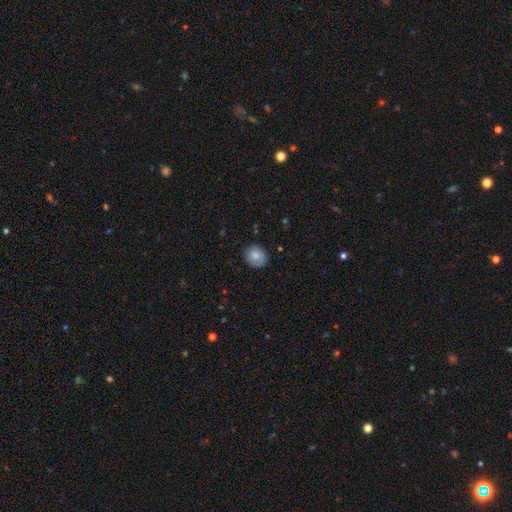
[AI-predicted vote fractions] Smooth or featured?
  - smooth: 81% *
  - featured or disk: 11%
  - star or artifact: 8%
How rounded?
  - round: 83% *
  - in between: 16%
  - cigar-shaped: 1%
Merging?
  - none: 81% *
  - minor disturbance: 15%
  - major disturbance: 3%
  - merger: 1%